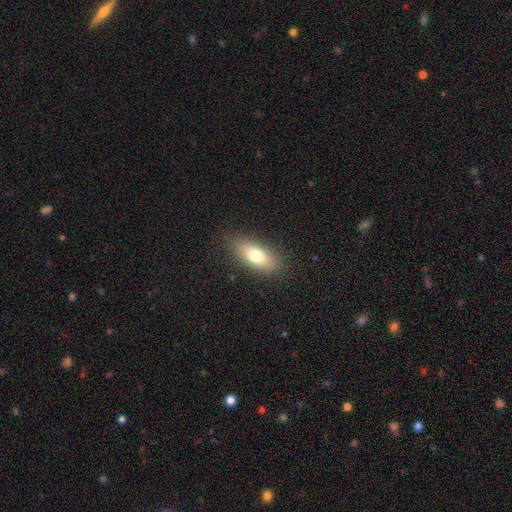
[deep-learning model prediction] Overall: smooth (75%). How rounded: in between (79%). Merging: none (84%).